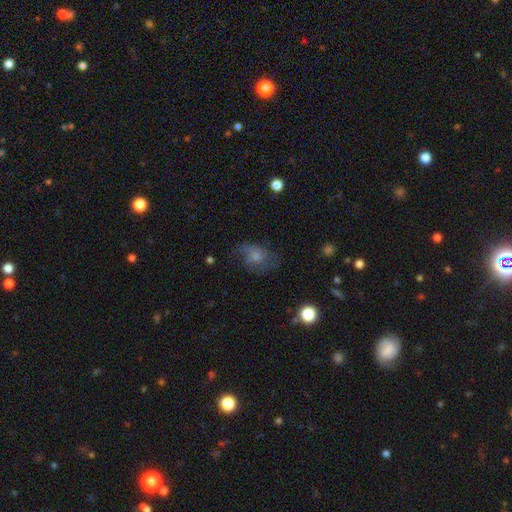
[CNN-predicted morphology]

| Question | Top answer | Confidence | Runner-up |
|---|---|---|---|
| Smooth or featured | featured or disk | 45% | smooth (44%) |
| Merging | none | 50% | minor disturbance (25%) |